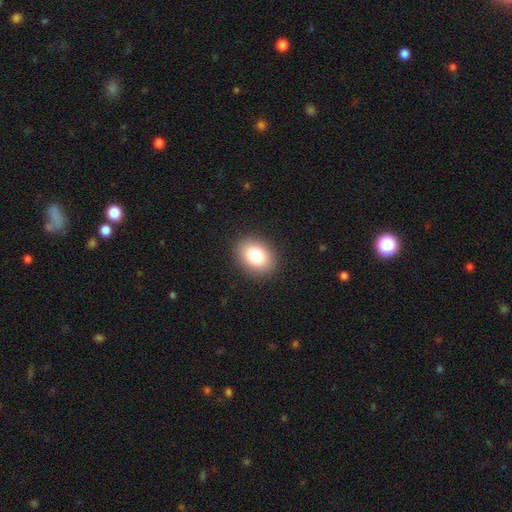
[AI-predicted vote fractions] smooth_or_featured: smooth (p=0.83) [alt: star or artifact p=0.09]
how_rounded: in between (p=0.68) [alt: round p=0.31]
merging: none (p=0.89) [alt: minor disturbance p=0.07]